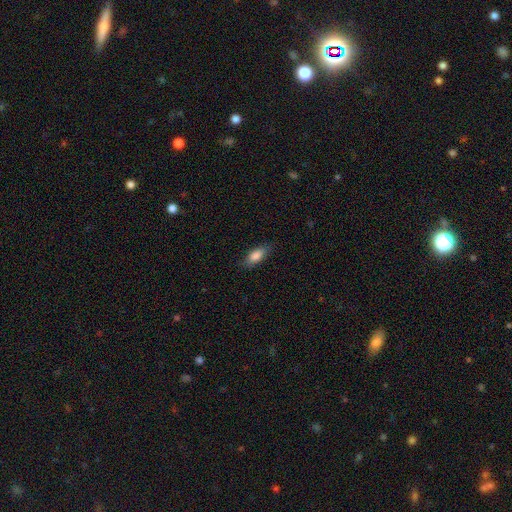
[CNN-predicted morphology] smooth_or_featured: smooth (p=0.84) [alt: featured or disk p=0.09]
how_rounded: in between (p=0.81) [alt: cigar-shaped p=0.16]
merging: none (p=0.83) [alt: minor disturbance p=0.13]